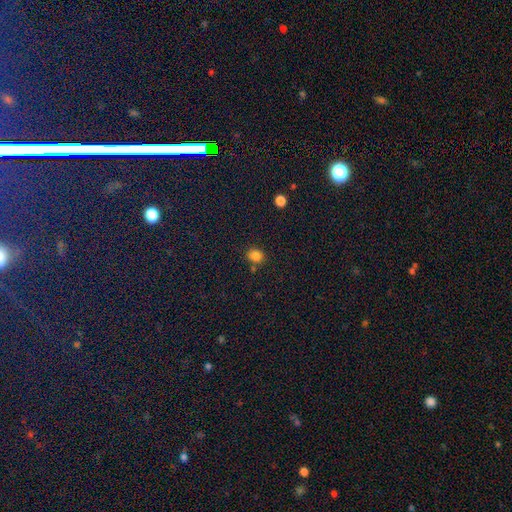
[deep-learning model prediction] Overall: smooth (82%). How rounded: round (72%). Merging: none (73%).